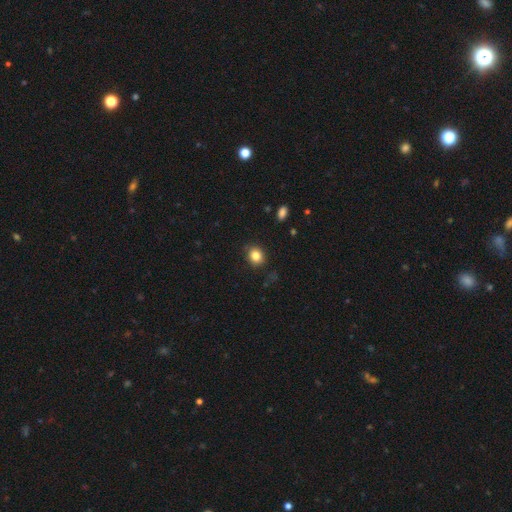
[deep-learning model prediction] A smooth galaxy with no disk features (83%) that is round (69%). Merging: none (85%).